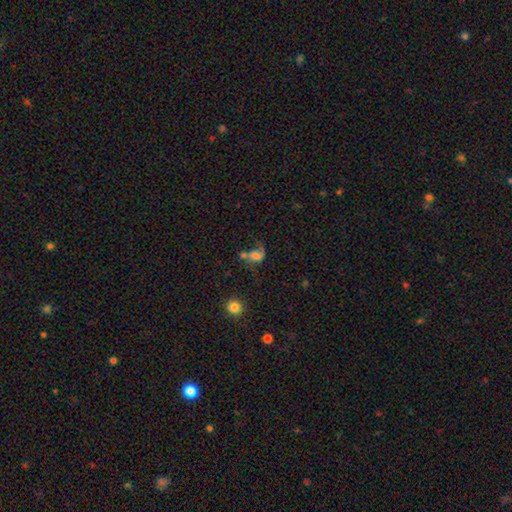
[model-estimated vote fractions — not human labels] Smooth or featured? featured or disk (45%)
Merging? merger (31%)